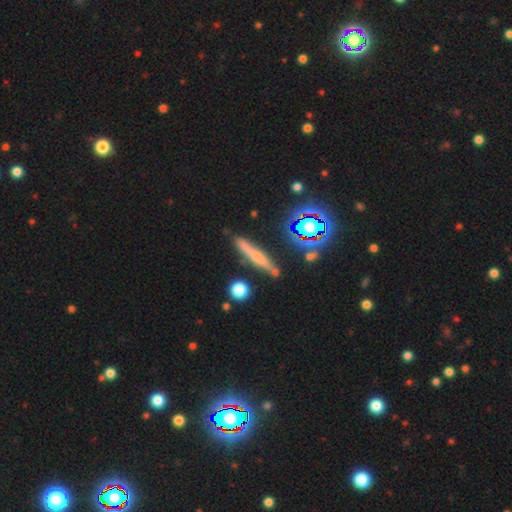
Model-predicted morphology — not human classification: A smooth galaxy with no disk features (49%). Merging: none (79%).